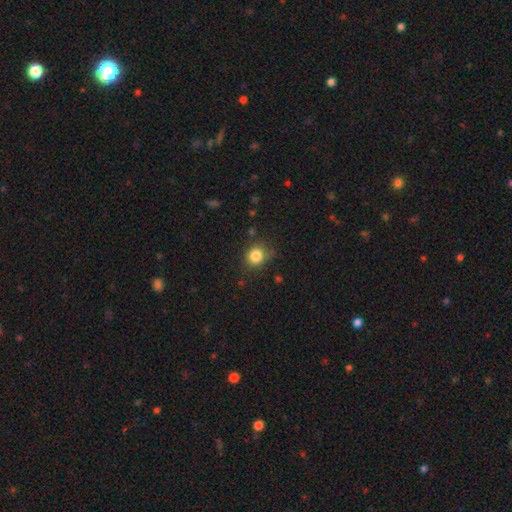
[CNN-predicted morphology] smooth-or-featured: smooth: 84% | star or artifact: 11% | featured or disk: 5%
  how-rounded: round: 80% | in between: 19% | cigar-shaped: 1%
  merging: none: 77% | minor disturbance: 16% | major disturbance: 4% | merger: 2%